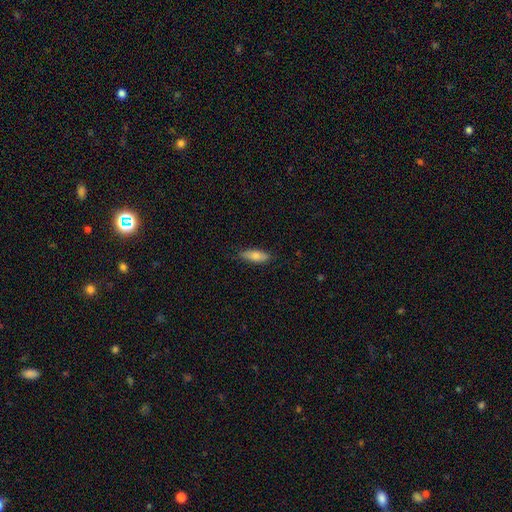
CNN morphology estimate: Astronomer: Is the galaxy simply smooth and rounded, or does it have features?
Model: smooth — 75%.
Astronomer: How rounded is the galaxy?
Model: in between — 65%.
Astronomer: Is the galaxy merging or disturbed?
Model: none — 83%.